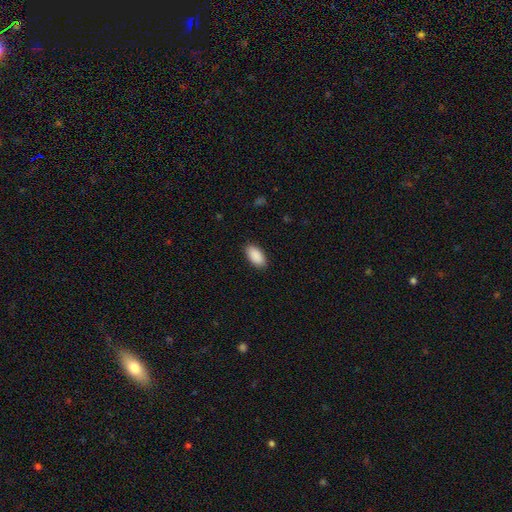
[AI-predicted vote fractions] Q: Smooth or featured?
A: smooth (91%); runner-up: star or artifact (6%)
Q: How rounded?
A: in between (94%); runner-up: cigar-shaped (3%)
Q: Merging?
A: none (88%); runner-up: minor disturbance (9%)